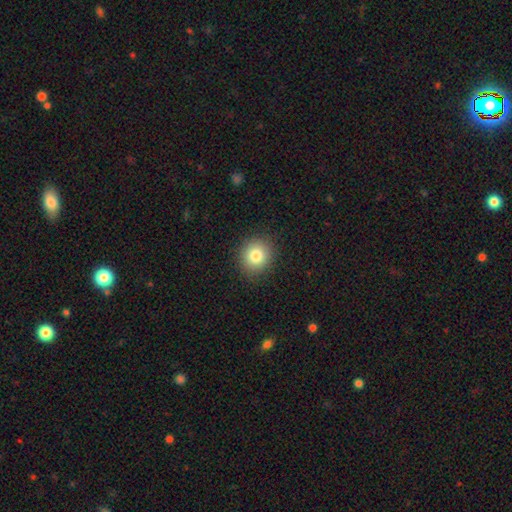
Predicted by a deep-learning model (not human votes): This appears to be a smooth galaxy with no disk features (82%) that is round (83%). Merging: none (89%).